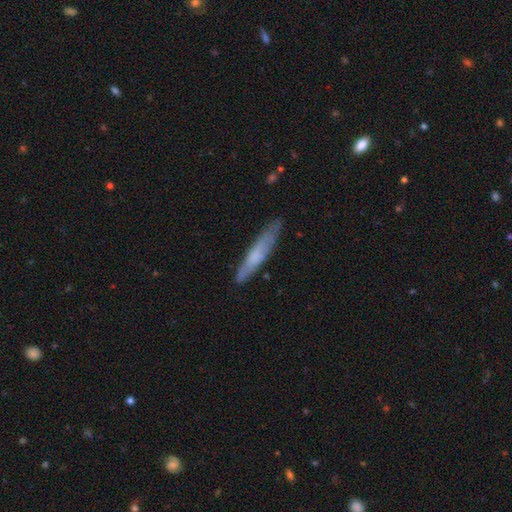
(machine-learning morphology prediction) A smooth galaxy with no disk features (58%) that is cigar-shaped (90%). Merging: none (79%).